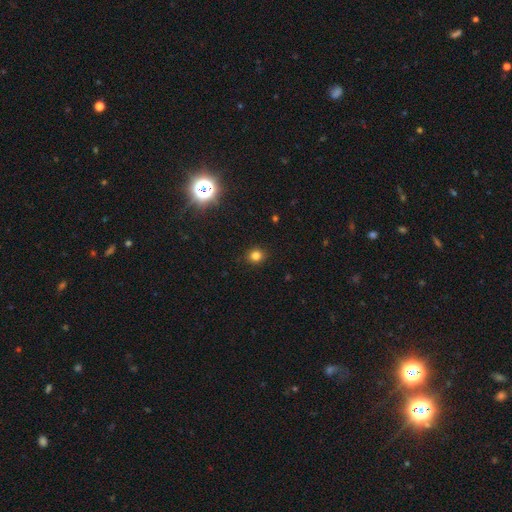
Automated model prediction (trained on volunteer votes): Overall: smooth (81%). How rounded: round (84%). Merging: none (91%).